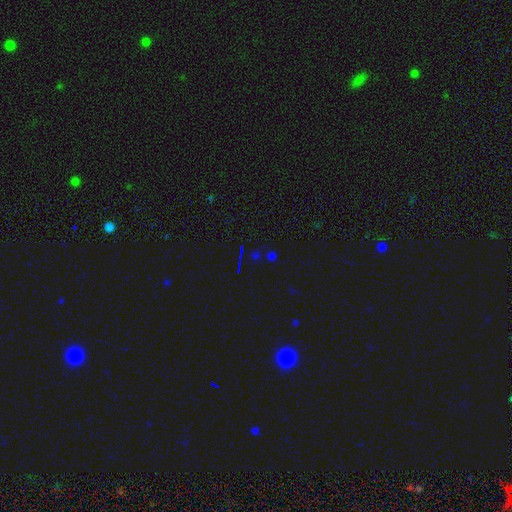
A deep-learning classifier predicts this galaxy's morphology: Smooth or featured? star or artifact (65%)